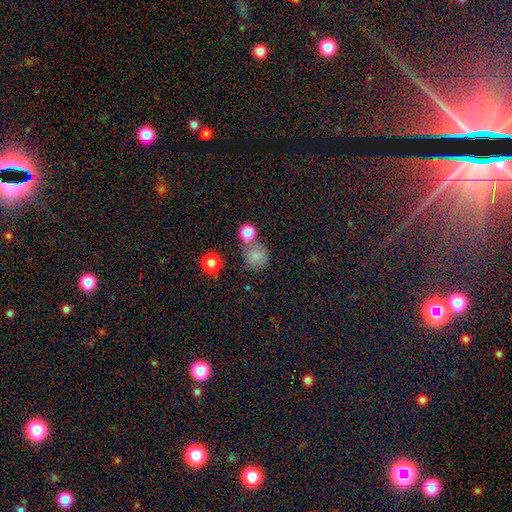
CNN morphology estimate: Smooth or featured? smooth (78%)
How rounded? round (87%)
Merging? none (59%)